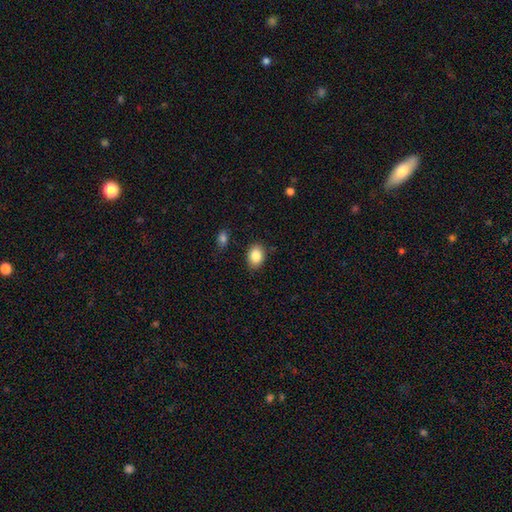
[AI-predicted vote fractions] smooth_or_featured: smooth (p=0.86) [alt: star or artifact p=0.08]
how_rounded: in between (p=0.69) [alt: round p=0.30]
merging: none (p=0.85) [alt: minor disturbance p=0.11]